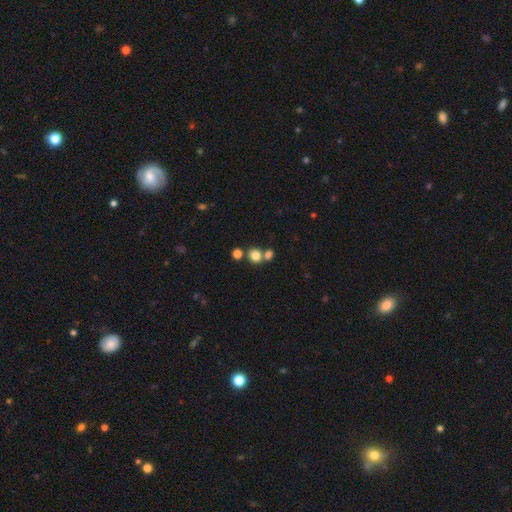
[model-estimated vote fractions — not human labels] A smooth galaxy with no disk features (80%) that is round (79%).

Vote fractions:
- Smooth or featured? smooth: 80% / star or artifact: 12% / featured or disk: 8%
- How rounded? round: 79% / in between: 20% / cigar-shaped: 1%
- Merging? none: 56% / merger: 34% / minor disturbance: 8% / major disturbance: 3%